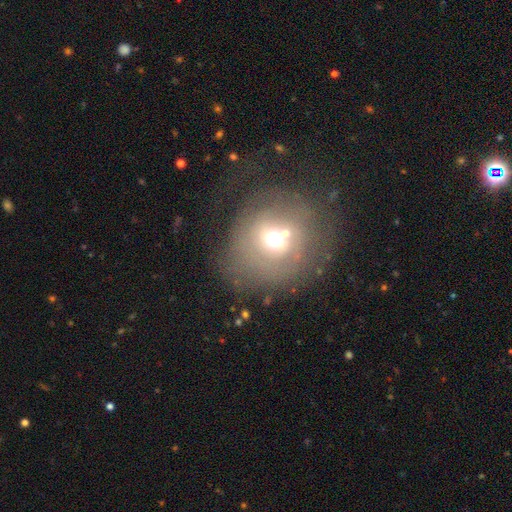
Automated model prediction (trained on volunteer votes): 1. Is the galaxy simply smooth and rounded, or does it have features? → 47% smooth, 35% featured or disk, 19% star or artifact.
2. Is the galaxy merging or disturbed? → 50% none, 21% minor disturbance, 19% major disturbance, 10% merger.